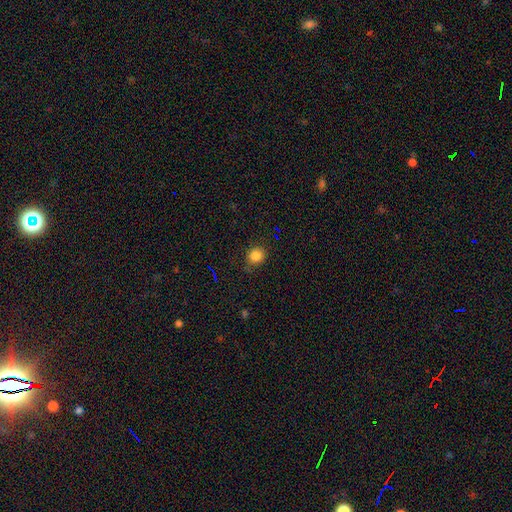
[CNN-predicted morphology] Overall: smooth (84%). How rounded: round (76%). Merging: none (85%).